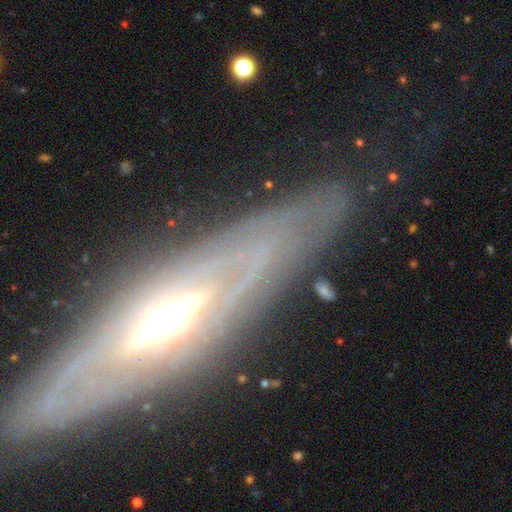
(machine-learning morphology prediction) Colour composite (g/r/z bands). It shows a featured or disk galaxy (76%) viewed edge-on (72%) with a rounded central bulge (76%). Merging: none (76%).